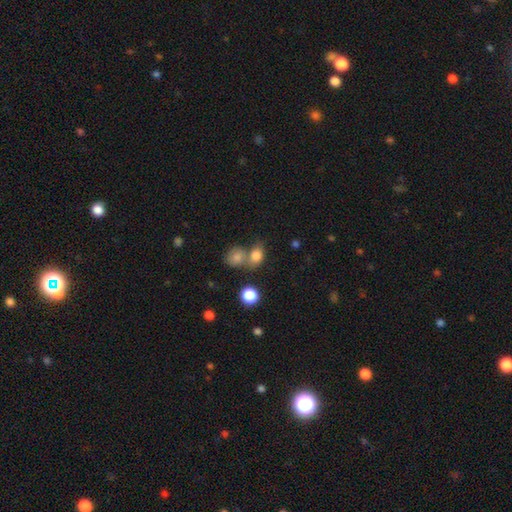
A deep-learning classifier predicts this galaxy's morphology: Smooth or featured? smooth (81%)
How rounded? in between (58%)
Merging? none (43%)